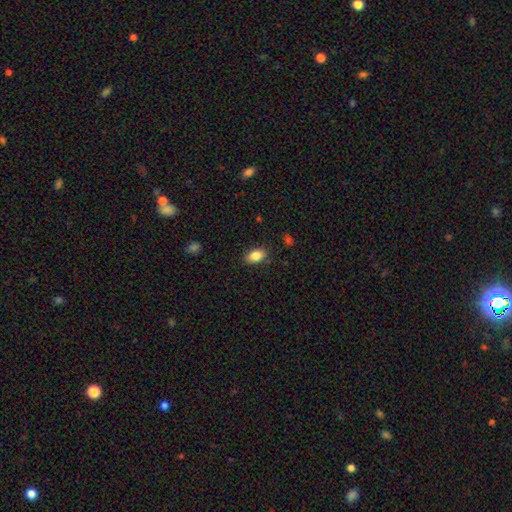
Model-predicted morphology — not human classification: smooth-or-featured: smooth: 85% | star or artifact: 8% | featured or disk: 7%
  how-rounded: in between: 88% | round: 10% | cigar-shaped: 2%
  merging: none: 85% | minor disturbance: 11% | major disturbance: 3% | merger: 1%